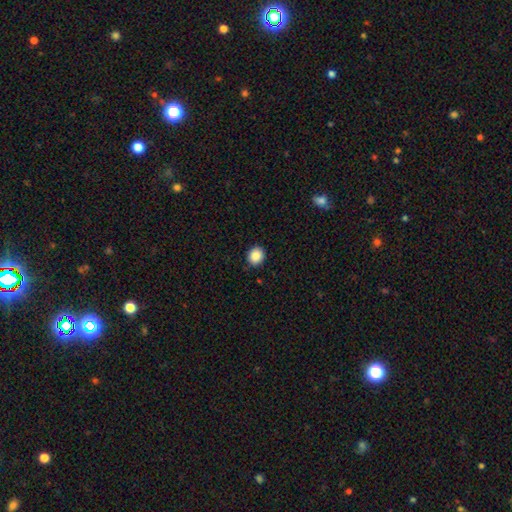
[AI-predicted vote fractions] Smooth or featured? smooth (88%)
How rounded? round (78%)
Merging? none (89%)